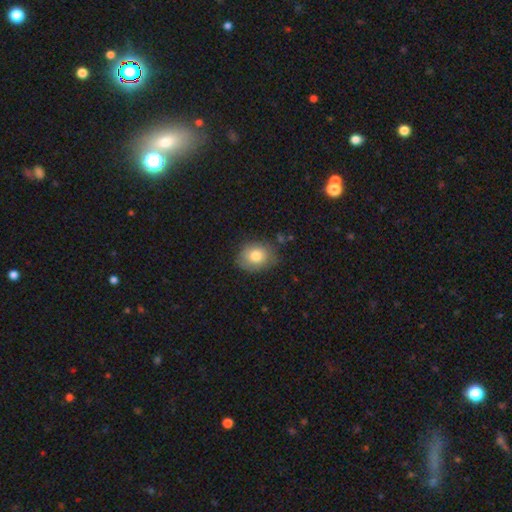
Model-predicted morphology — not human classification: Overall: smooth (78%). How rounded: in between (50%; round 49%). Merging: none (73%).